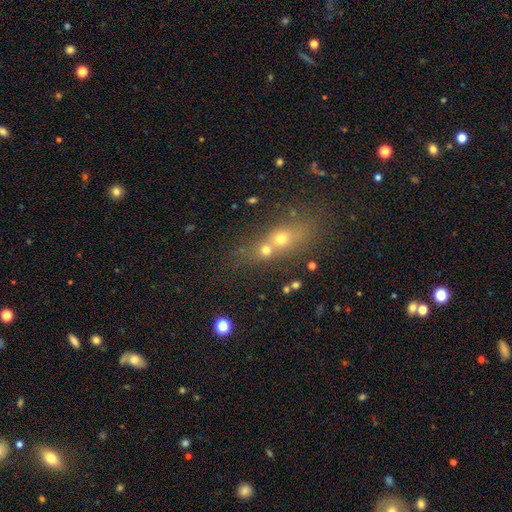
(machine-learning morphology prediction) This appears to be a smooth galaxy with no disk features (49%). Merging: merger (54%).